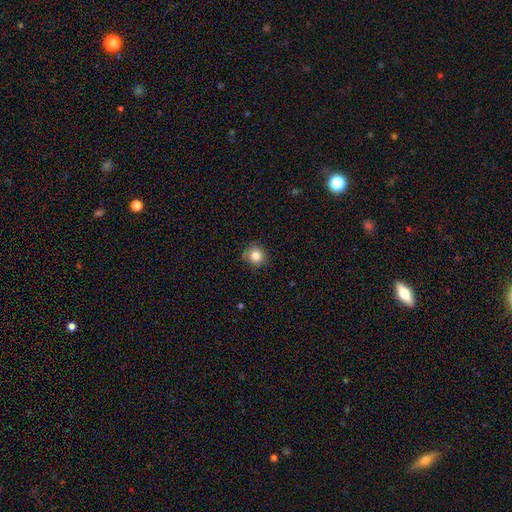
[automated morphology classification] smooth 83%, star or artifact 11%, featured or disk 6%. Down the decision tree: how rounded — round (89%); merging — none (84%).